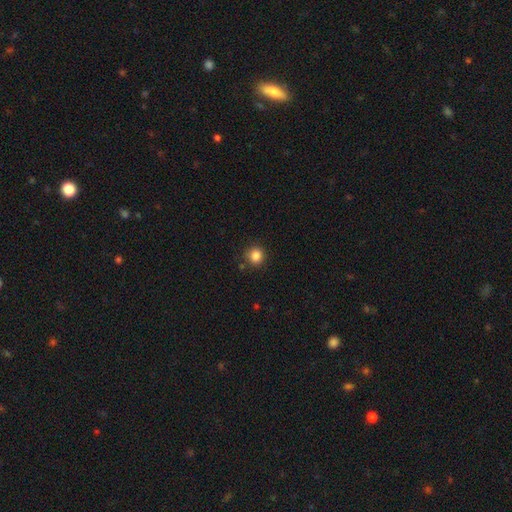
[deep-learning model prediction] A smooth galaxy with no disk features (85%) that is round (91%). Merging: none (86%).